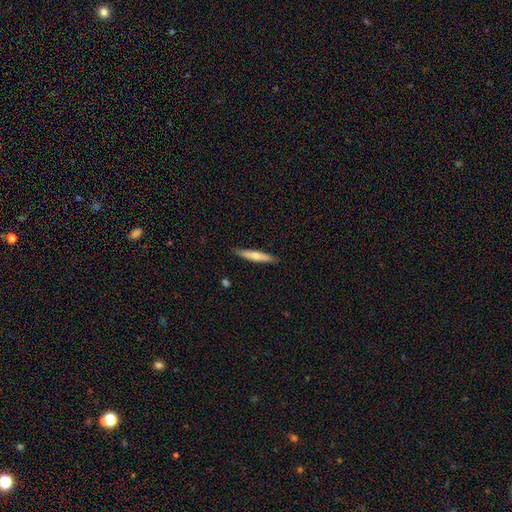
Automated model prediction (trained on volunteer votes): A smooth galaxy with no disk features (61%) that is cigar-shaped (92%). Merging: none (88%).